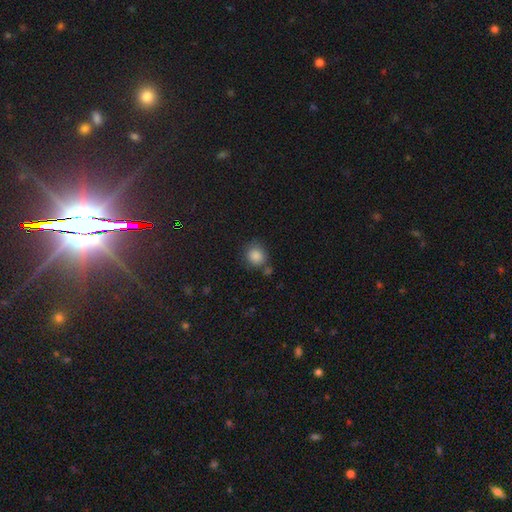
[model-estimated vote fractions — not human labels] smooth_or_featured: smooth (p=0.86) [alt: star or artifact p=0.09]
how_rounded: round (p=0.87) [alt: in between p=0.12]
merging: none (p=0.71) [alt: minor disturbance p=0.14]